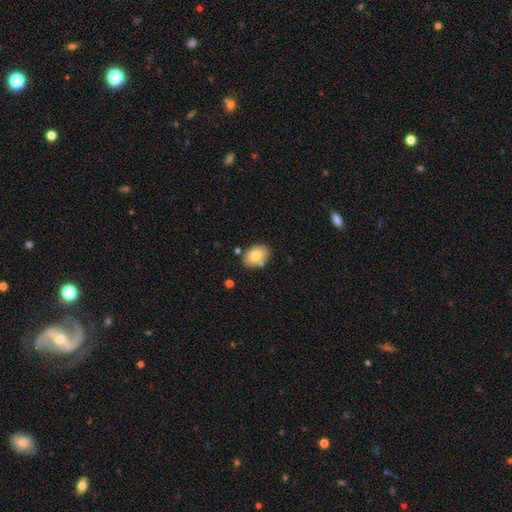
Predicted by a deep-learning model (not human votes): Smooth or featured: smooth — 78% (featured or disk — 14%)
How rounded: in between — 84% (round — 15%)
Merging: none — 78% (minor disturbance — 13%)